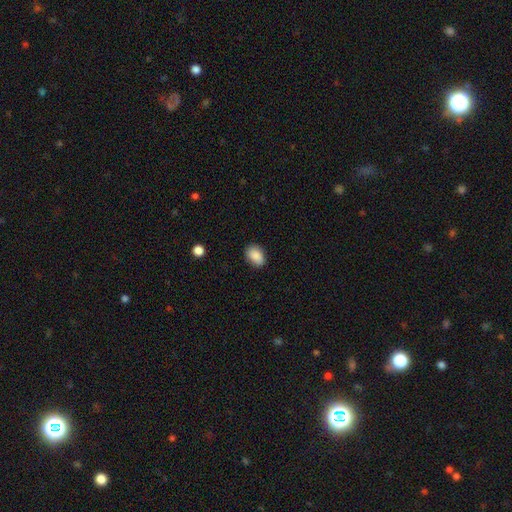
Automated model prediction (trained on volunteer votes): Smooth or featured?
  - smooth: 88% *
  - star or artifact: 8%
  - featured or disk: 4%
How rounded?
  - in between: 83% *
  - round: 15%
  - cigar-shaped: 1%
Merging?
  - none: 84% *
  - minor disturbance: 13%
  - major disturbance: 3%
  - merger: 1%